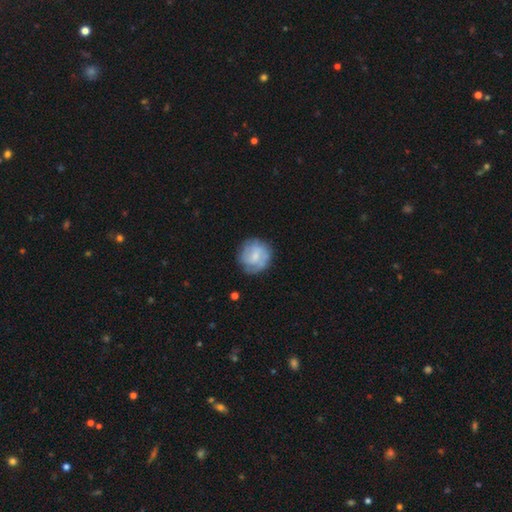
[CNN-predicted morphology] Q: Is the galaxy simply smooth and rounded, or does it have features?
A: smooth — 50%.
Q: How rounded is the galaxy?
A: round — 87%.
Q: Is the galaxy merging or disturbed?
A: none — 72%.